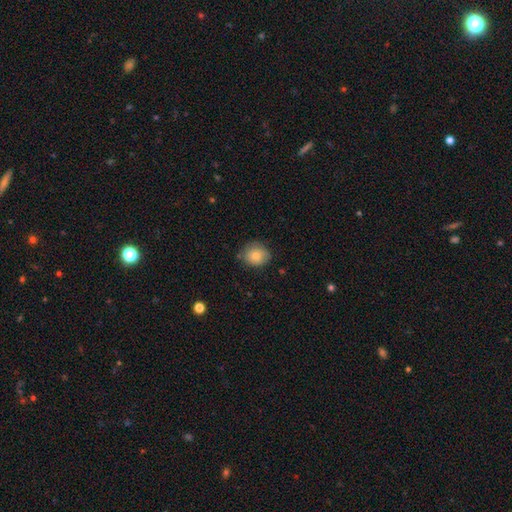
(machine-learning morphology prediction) A smooth galaxy with no disk features (80%) that is round (69%).

Vote fractions:
- Smooth or featured? smooth: 80% / featured or disk: 12% / star or artifact: 8%
- How rounded? round: 69% / in between: 30% / cigar-shaped: 1%
- Merging? none: 73% / minor disturbance: 21% / major disturbance: 4% / merger: 2%